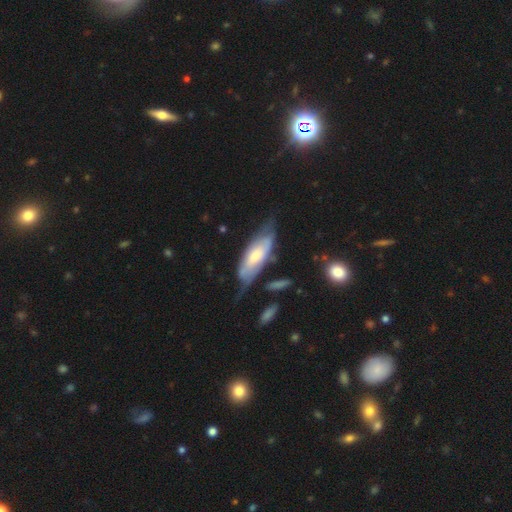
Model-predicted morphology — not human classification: Smooth or featured?
  - featured or disk: 54% *
  - smooth: 41%
  - star or artifact: 6%
Edge-on disk?
  - no: 78% *
  - yes: 22%
Merging?
  - none: 45% *
  - minor disturbance: 31%
  - major disturbance: 18%
  - merger: 6%